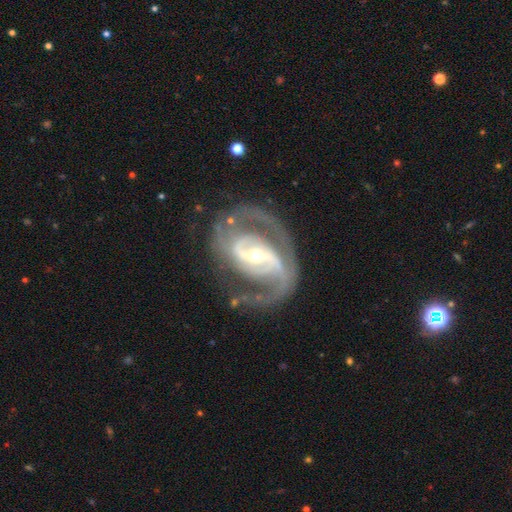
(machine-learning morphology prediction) A featured or disk galaxy (91%) with a strong bar (46%), 2 (81%) medium (53%) spiral arms (96%) and a moderate central bulge (49%).

Vote fractions:
- Smooth or featured? featured or disk: 91% / star or artifact: 5% / smooth: 4%
- Edge-on disk? no: 97% / yes: 3%
- Bar? strong: 46% / weak: 36% / no: 18%
- Spiral arms? yes: 96% / no: 4%
- Spiral winding? medium: 53% / tight: 29% / loose: 18%
- Spiral arm count? 2: 81% / 3: 6% / can't tell: 6% / 1: 4% / 4: 2% / more than 4: 2%
- Bulge size? moderate: 49% / small: 46% / large: 3% / dominant: 1% / none: 1%
- Merging? none: 68% / minor disturbance: 16% / major disturbance: 14% / merger: 2%